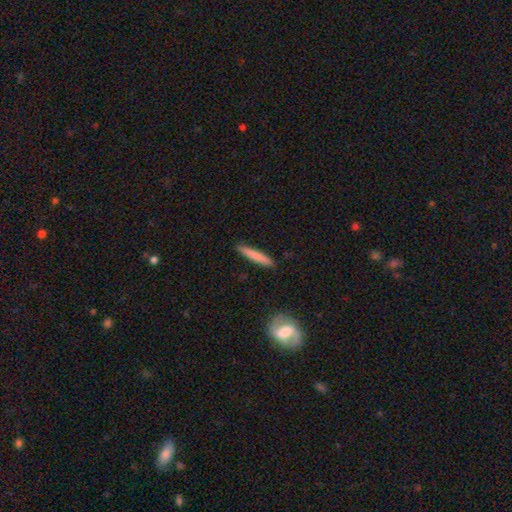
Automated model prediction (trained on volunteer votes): Q: Smooth or featured?
A: smooth (78%); runner-up: featured or disk (16%)
Q: How rounded?
A: cigar-shaped (93%); runner-up: in between (5%)
Q: Merging?
A: none (89%); runner-up: minor disturbance (8%)